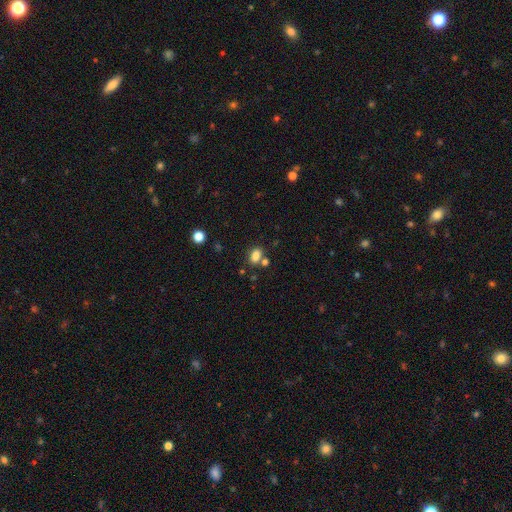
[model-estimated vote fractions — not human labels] Morphology: type=smooth (82%); roundness=in between (79%); merging=none (61%).